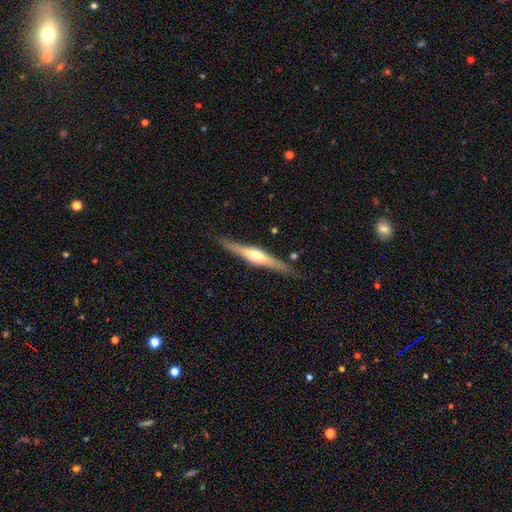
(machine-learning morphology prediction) Smooth or featured? Predicted: featured or disk (p=0.73). Edge-on disk? Predicted: yes (p=0.97). Edge-on bulge? Predicted: rounded (p=0.85). Merging? Predicted: none (p=0.87).